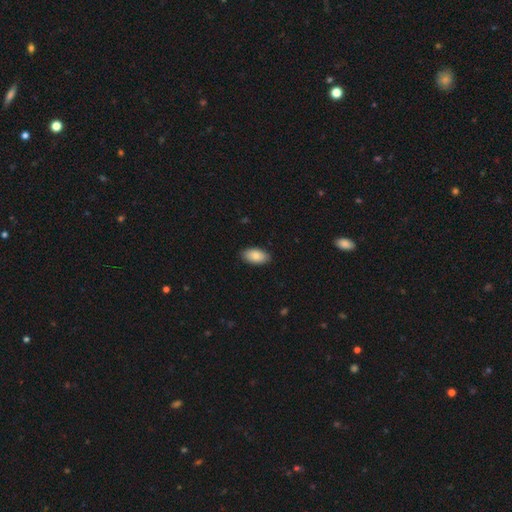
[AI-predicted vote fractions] Smooth or featured?
  - smooth: 85% *
  - featured or disk: 9%
  - star or artifact: 6%
How rounded?
  - in between: 95% *
  - round: 3%
  - cigar-shaped: 2%
Merging?
  - none: 87% *
  - minor disturbance: 10%
  - major disturbance: 2%
  - merger: 1%